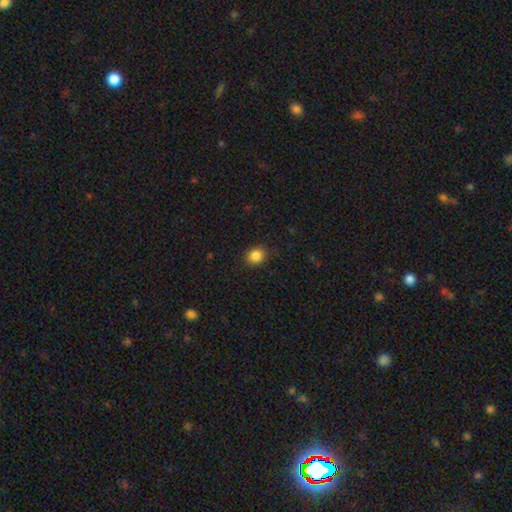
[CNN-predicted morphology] Overall: smooth (86%). How rounded: round (73%). Merging: none (89%).